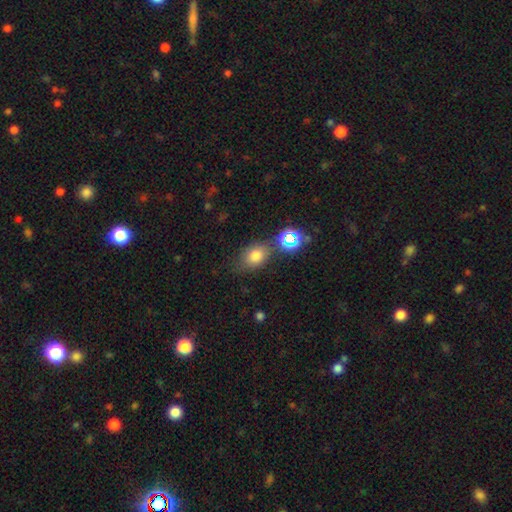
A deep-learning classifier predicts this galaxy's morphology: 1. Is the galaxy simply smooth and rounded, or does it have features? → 72% smooth, 17% star or artifact, 11% featured or disk.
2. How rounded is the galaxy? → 64% in between, 34% round, 2% cigar-shaped.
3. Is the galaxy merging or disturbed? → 66% none, 17% minor disturbance, 10% merger, 6% major disturbance.